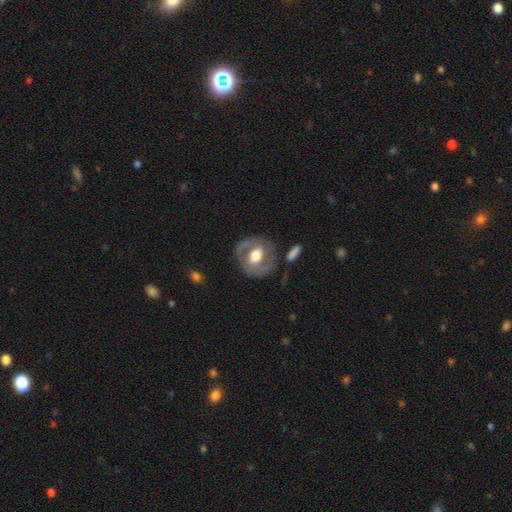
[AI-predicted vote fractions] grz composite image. It shows a featured or disk galaxy (59%) with no bar (52%), no spiral arms (59%) and a moderate central bulge (53%). Merging: none (70%).